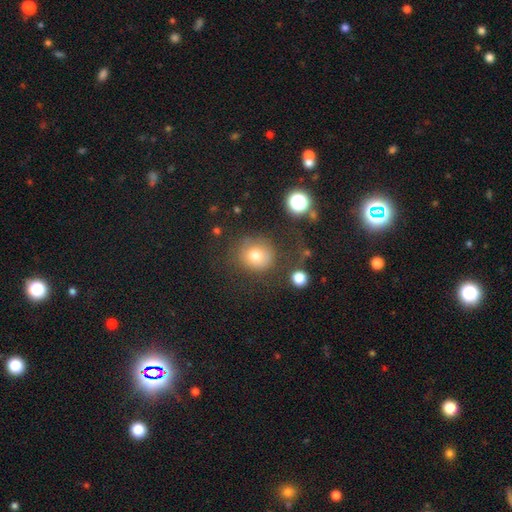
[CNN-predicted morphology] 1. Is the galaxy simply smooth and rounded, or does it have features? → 75% smooth, 14% star or artifact, 12% featured or disk.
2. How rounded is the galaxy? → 85% round, 14% in between, 1% cigar-shaped.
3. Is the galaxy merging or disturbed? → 70% none, 16% minor disturbance, 10% major disturbance, 5% merger.